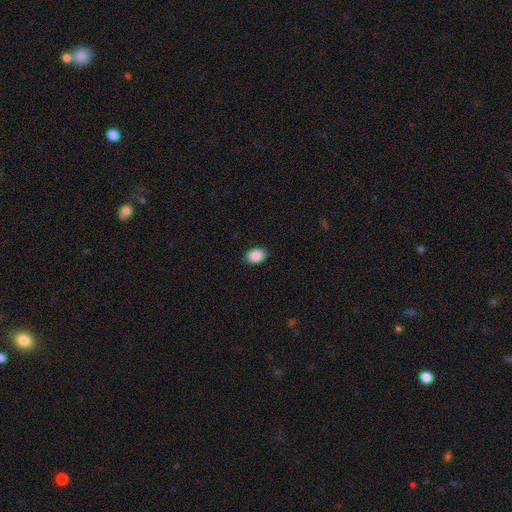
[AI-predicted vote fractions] This is clearly a smooth galaxy (90%). How rounded: clearly in between (82%). Merging: clearly none (89%).